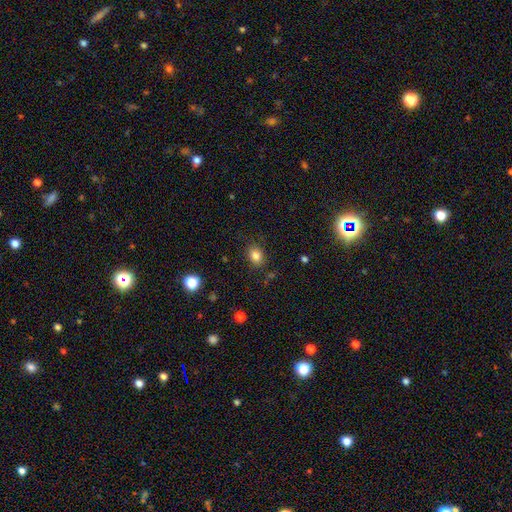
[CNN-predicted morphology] smooth-or-featured: smooth: 83% | star or artifact: 11% | featured or disk: 6%
  how-rounded: round: 51% | in between: 48% | cigar-shaped: 1%
  merging: none: 83% | minor disturbance: 11% | major disturbance: 3% | merger: 2%